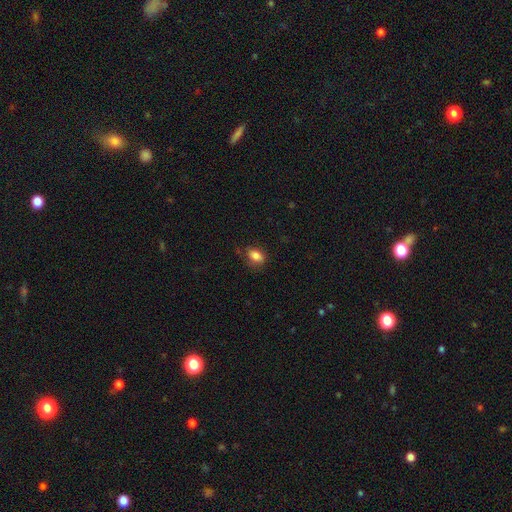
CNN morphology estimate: Smooth or featured: smooth — 83% (star or artifact — 9%)
How rounded: in between — 83% (round — 15%)
Merging: none — 69% (minor disturbance — 23%)